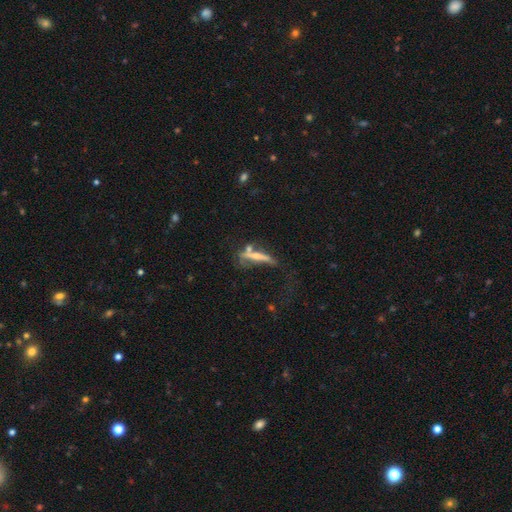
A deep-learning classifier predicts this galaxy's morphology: This is possibly a featured or disk galaxy (47%). Merging: marginally none (37%).